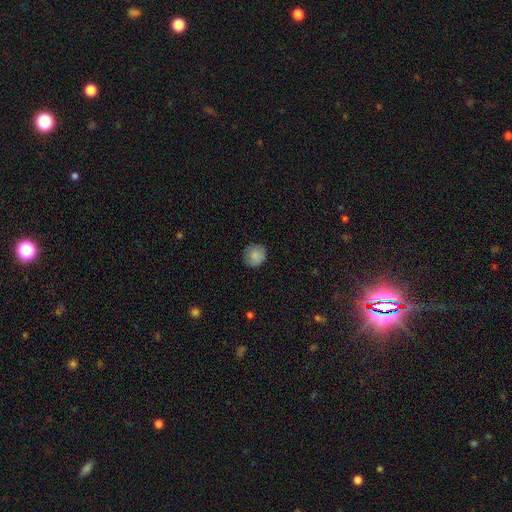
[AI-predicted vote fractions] A smooth galaxy with no disk features (86%) that is round (91%). Merging: none (87%).